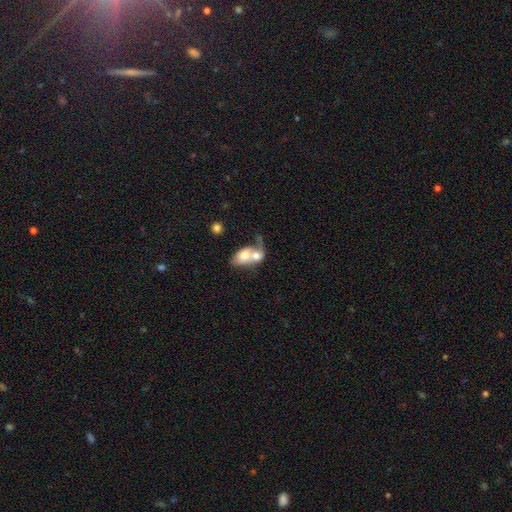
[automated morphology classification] smooth-or-featured: smooth: 65% | featured or disk: 28% | star or artifact: 7%
  how-rounded: in between: 67% | round: 31% | cigar-shaped: 2%
  merging: merger: 79% | none: 10% | major disturbance: 6% | minor disturbance: 5%